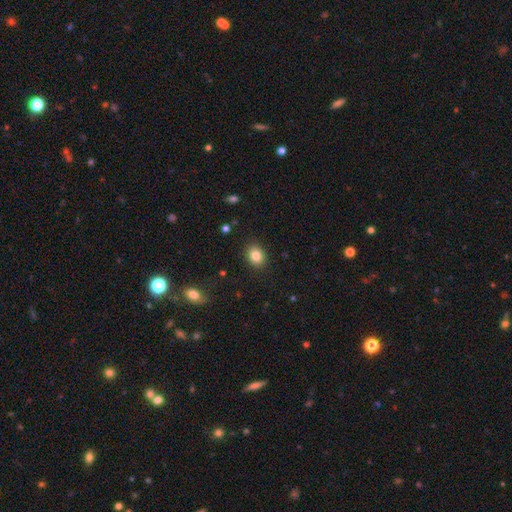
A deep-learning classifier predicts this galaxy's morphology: smooth 83%, star or artifact 10%, featured or disk 7%. Down the decision tree: how rounded — round (54%); merging — none (89%).